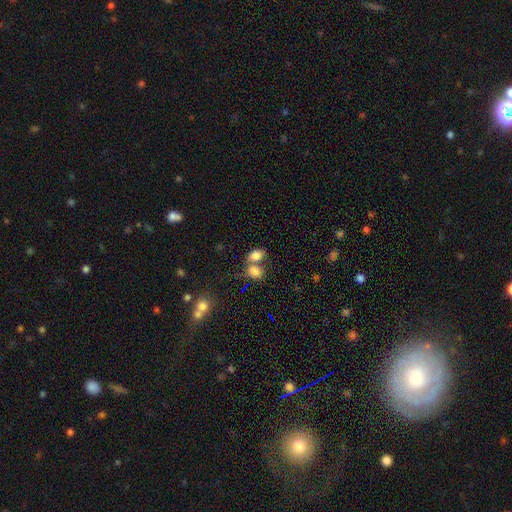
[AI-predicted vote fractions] Overall: smooth (81%). How rounded: in between (81%). Merging: merger (54%; none 33%).